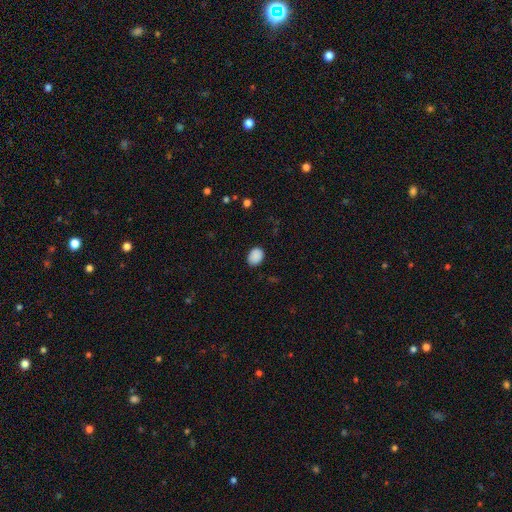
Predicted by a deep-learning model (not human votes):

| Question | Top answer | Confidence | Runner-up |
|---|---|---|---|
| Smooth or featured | smooth | 88% | star or artifact (8%) |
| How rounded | in between | 60% | round (39%) |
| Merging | none | 82% | minor disturbance (15%) |